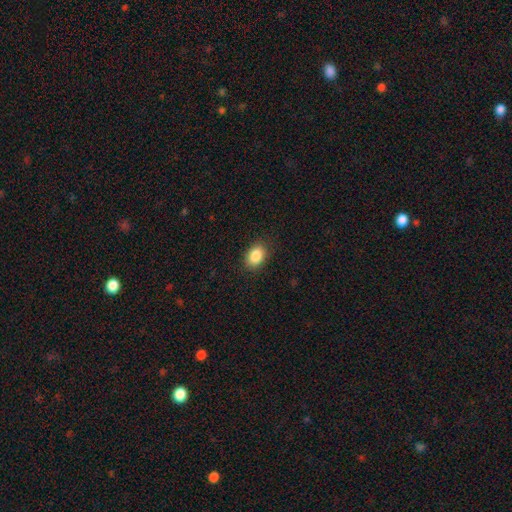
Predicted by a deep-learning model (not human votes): Q: Smooth or featured?
A: smooth (87%); runner-up: star or artifact (8%)
Q: How rounded?
A: in between (77%); runner-up: round (21%)
Q: Merging?
A: none (86%); runner-up: minor disturbance (10%)